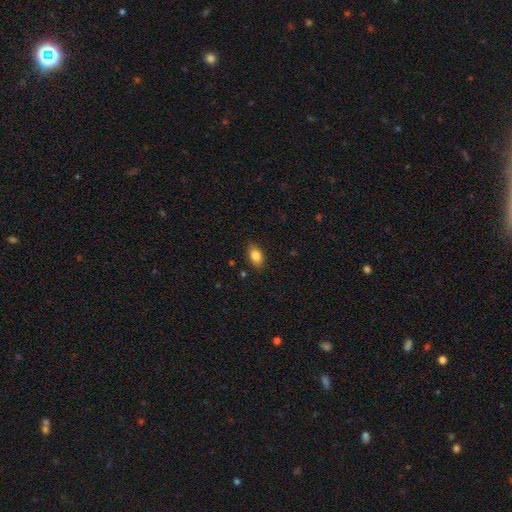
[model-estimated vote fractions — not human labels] This appears to be a smooth galaxy with no disk features (84%) that is in between round and cigar-shaped (88%). Merging: none (87%).